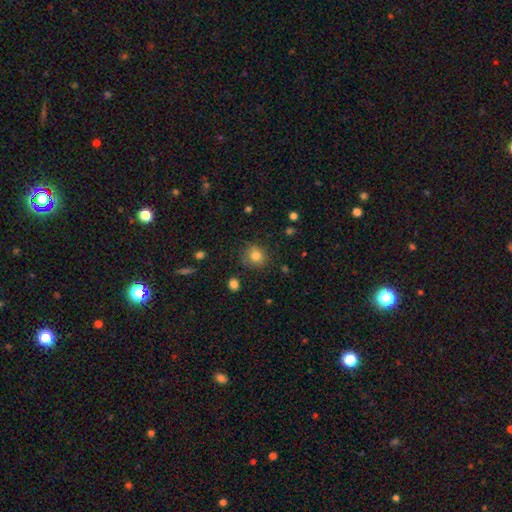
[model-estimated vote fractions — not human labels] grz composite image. It shows a smooth galaxy with no disk features (81%) that is round (81%). Merging: none (76%).